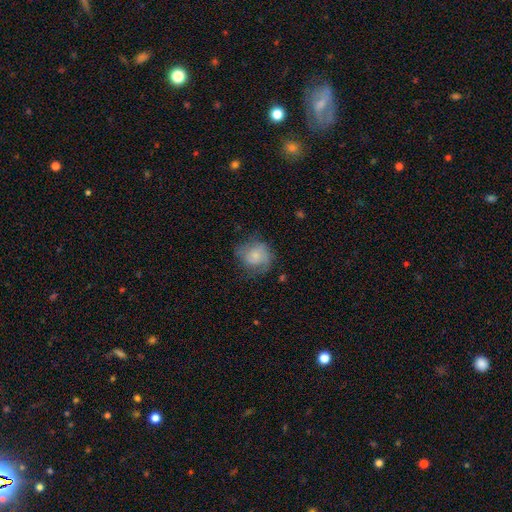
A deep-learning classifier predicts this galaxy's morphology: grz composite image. It shows a smooth galaxy with no disk features (55%) that is round (77%). Merging: none (57%).